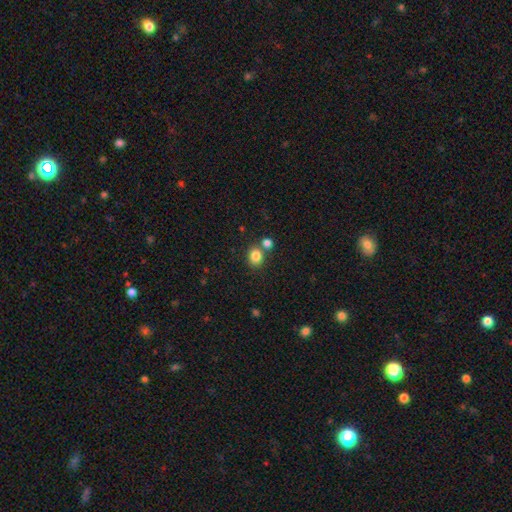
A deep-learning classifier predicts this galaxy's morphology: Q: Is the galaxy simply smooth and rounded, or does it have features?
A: smooth — 84%.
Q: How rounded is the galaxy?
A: round — 66%.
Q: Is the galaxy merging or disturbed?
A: none — 65%.